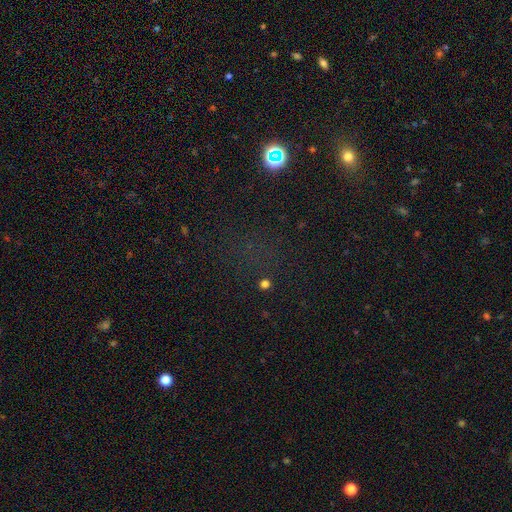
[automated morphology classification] The model was most divided on "smooth or featured": star or artifact: 58%, smooth: 32%, featured or disk: 9%.